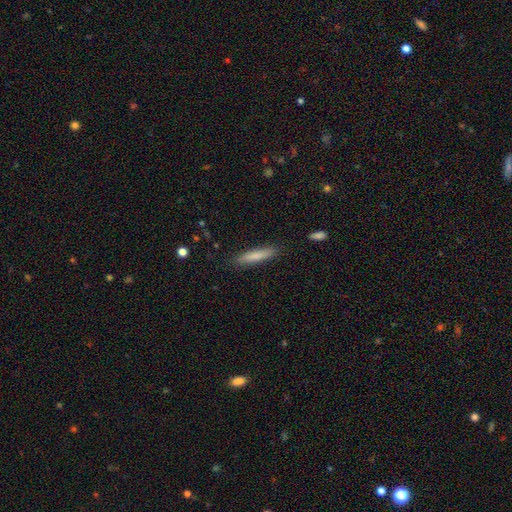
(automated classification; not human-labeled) Smooth or featured? Predicted: smooth (p=0.80). How rounded? Predicted: cigar-shaped (p=0.88). Merging? Predicted: none (p=0.88).